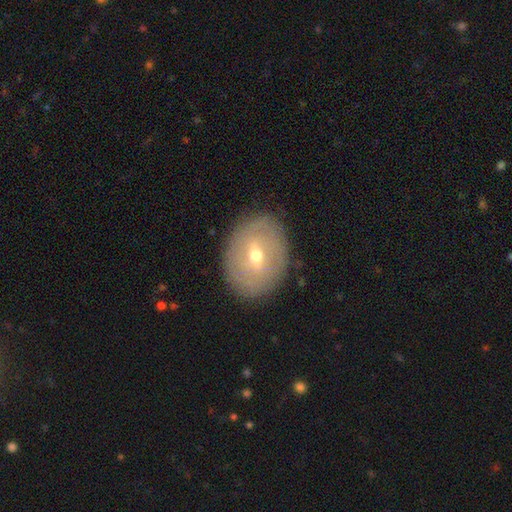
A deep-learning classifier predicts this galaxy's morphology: A featured or disk galaxy (58%) with a weak bar (55%), no spiral arms (60%) and a moderate central bulge (58%). Merging: none (85%).